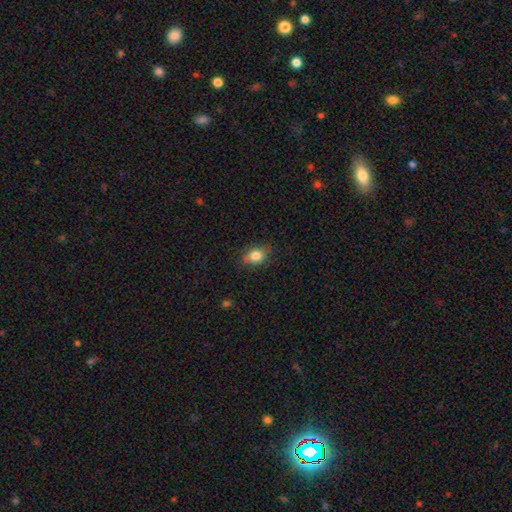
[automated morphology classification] smooth-or-featured: smooth: 81% | star or artifact: 9% | featured or disk: 9%
  how-rounded: in between: 68% | round: 30% | cigar-shaped: 2%
  merging: none: 77% | minor disturbance: 18% | major disturbance: 4% | merger: 1%